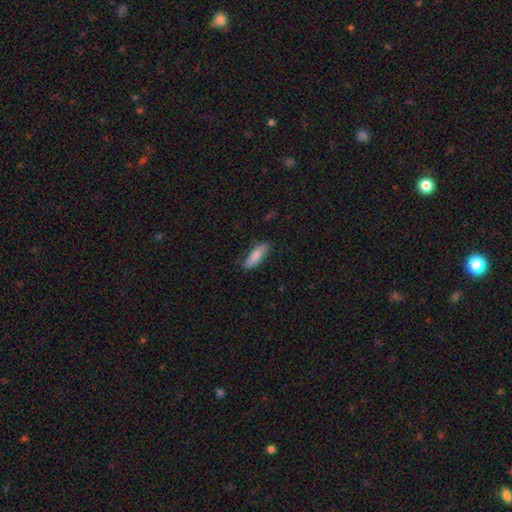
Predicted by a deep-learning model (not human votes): Smooth or featured? smooth (81%)
How rounded? cigar-shaped (55%)
Merging? none (78%)